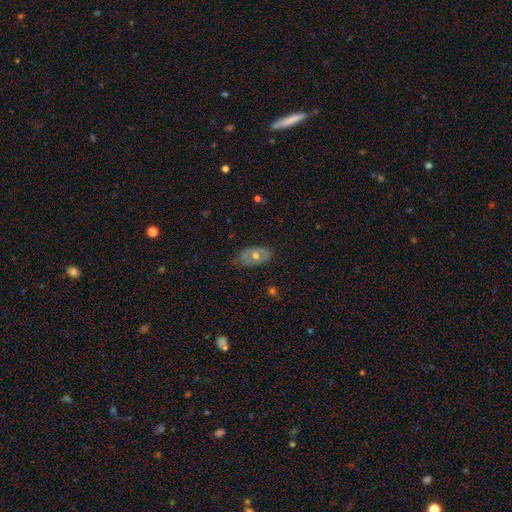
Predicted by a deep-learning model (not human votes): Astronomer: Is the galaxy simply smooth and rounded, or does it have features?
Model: featured or disk — 49% (runner-up: smooth, 42%).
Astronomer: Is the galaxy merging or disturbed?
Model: none — 65%.